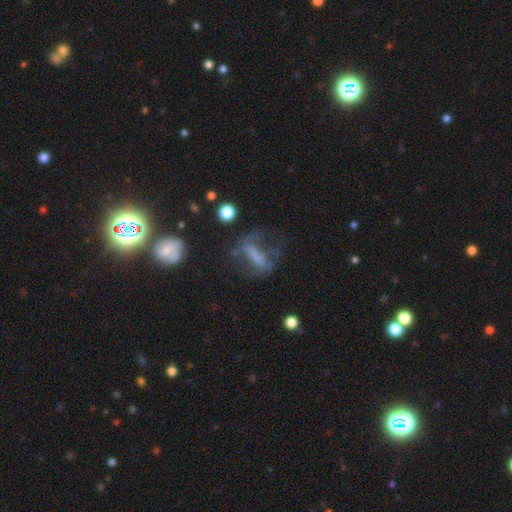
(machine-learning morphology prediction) type=featured or disk (45%); merging=major disturbance (37%).